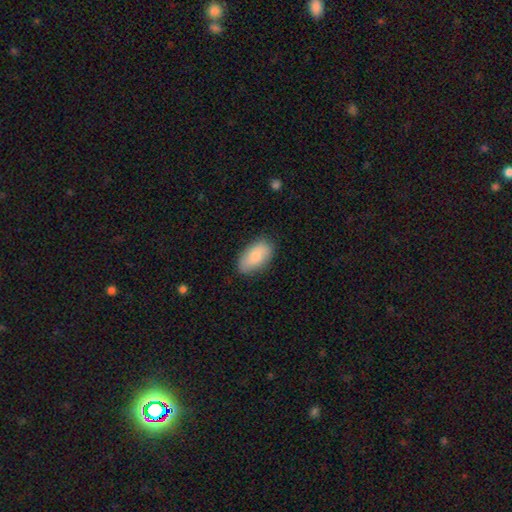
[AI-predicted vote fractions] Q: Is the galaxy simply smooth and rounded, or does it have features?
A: smooth — 83%.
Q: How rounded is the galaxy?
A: in between — 94%.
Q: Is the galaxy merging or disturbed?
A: none — 82%.